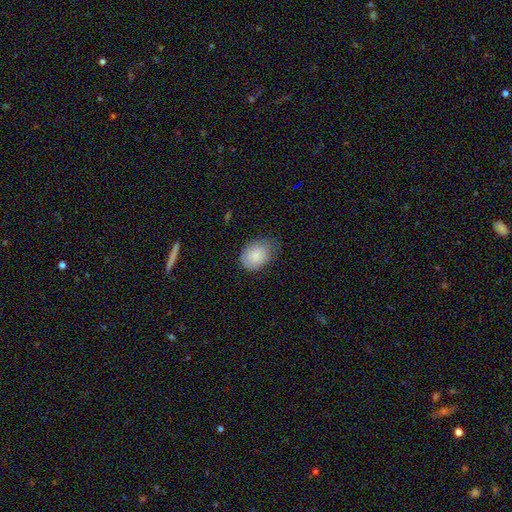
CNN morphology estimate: A smooth galaxy with no disk features (84%) that is in between round and cigar-shaped (74%). Merging: none (57%).